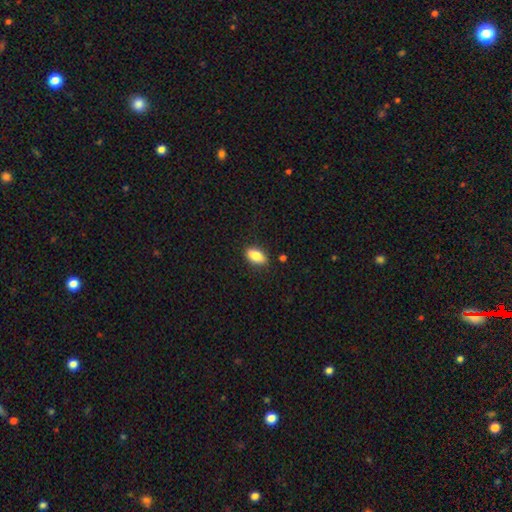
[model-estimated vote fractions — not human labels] This is clearly a smooth galaxy (85%). How rounded: clearly in between (90%). Merging: clearly none (86%).